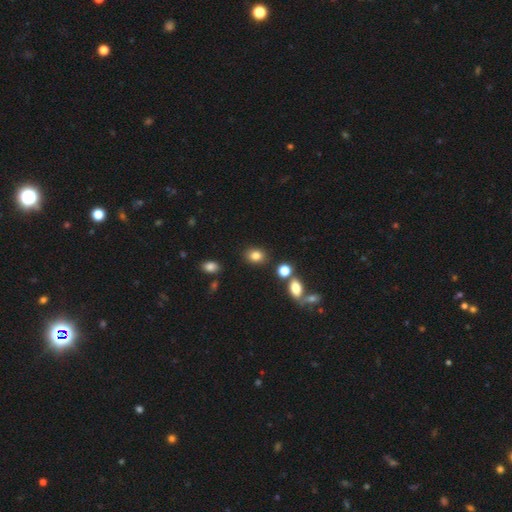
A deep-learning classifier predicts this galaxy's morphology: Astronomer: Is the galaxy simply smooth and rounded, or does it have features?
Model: smooth — 83%.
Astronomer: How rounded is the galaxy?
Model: round — 51% (runner-up: in between, 48%).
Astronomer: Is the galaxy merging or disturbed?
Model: none — 82%.